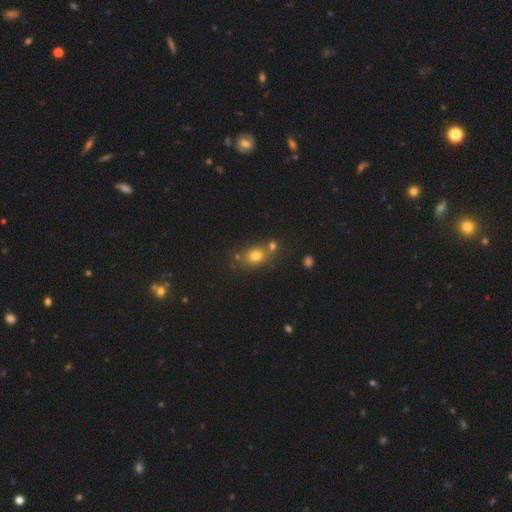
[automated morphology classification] Q: Smooth or featured?
A: smooth (75%); runner-up: star or artifact (15%)
Q: How rounded?
A: round (51%); runner-up: in between (47%)
Q: Merging?
A: none (60%); runner-up: merger (24%)